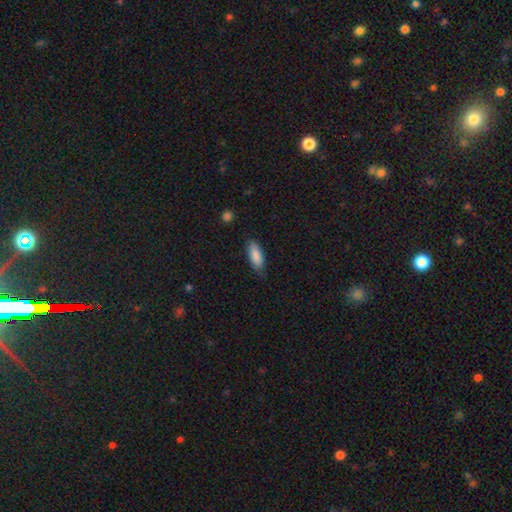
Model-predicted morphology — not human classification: Smooth or featured: smooth — 87% (featured or disk — 7%)
How rounded: in between — 73% (cigar-shaped — 25%)
Merging: none — 77% (minor disturbance — 18%)